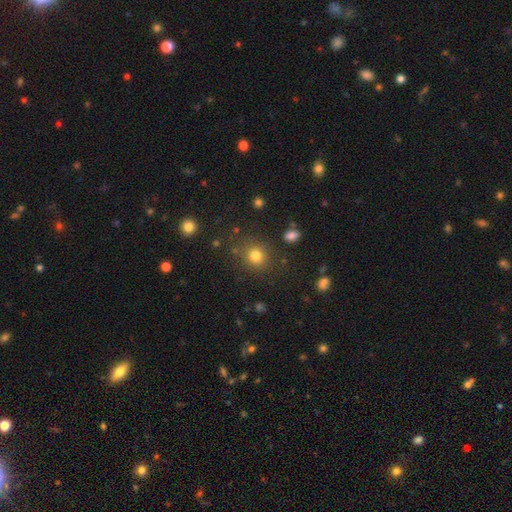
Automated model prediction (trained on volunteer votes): Morphology: type=smooth (78%); roundness=round (79%); merging=none (79%).